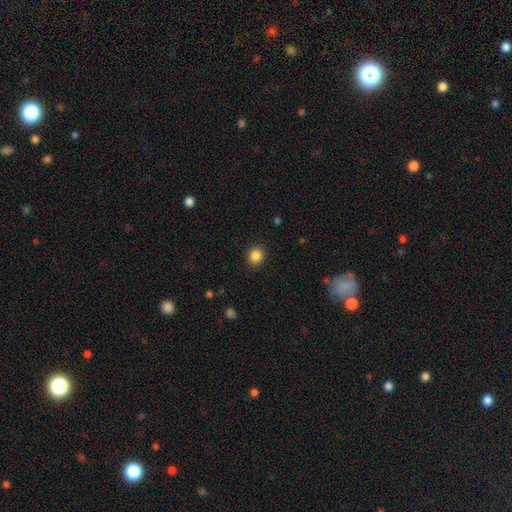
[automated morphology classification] Smooth or featured? smooth (86%)
How rounded? round (76%)
Merging? none (89%)